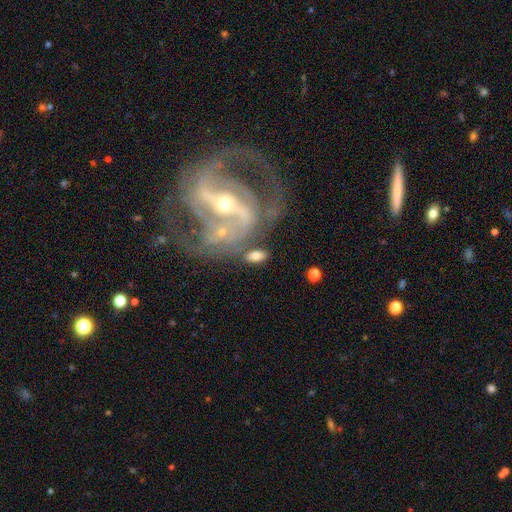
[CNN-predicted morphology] A smooth galaxy with no disk features (58%) that is in between round and cigar-shaped (89%). Merging: none (60%).